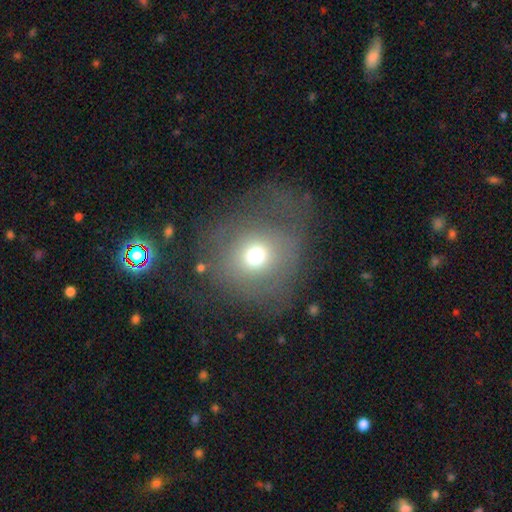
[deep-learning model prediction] Morphology: type=smooth (61%); roundness=round (82%); merging=none (52%).